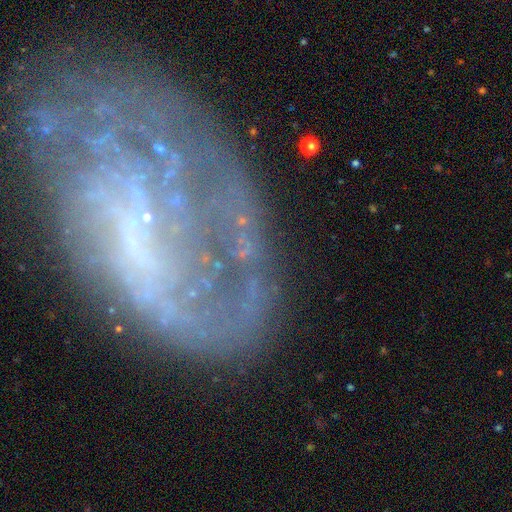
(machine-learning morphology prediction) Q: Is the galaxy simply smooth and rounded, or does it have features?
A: featured or disk — 68%.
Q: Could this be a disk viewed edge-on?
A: no — 94%.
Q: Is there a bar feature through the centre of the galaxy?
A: no — 57%.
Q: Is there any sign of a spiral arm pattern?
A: yes — 53%.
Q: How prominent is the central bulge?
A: none — 44%.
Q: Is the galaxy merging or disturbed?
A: none — 54%.